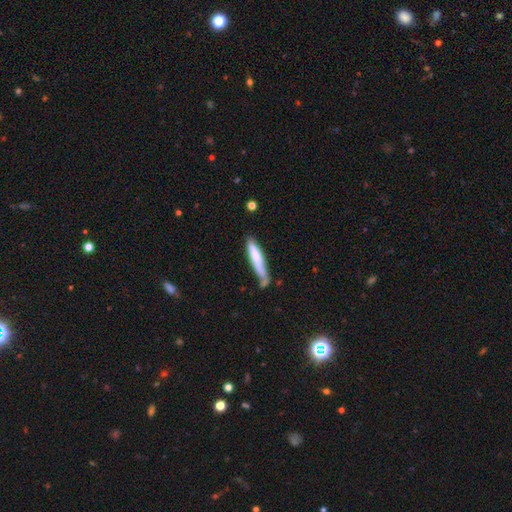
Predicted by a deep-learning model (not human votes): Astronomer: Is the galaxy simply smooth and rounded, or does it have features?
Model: smooth — 67%.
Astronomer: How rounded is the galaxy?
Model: cigar-shaped — 90%.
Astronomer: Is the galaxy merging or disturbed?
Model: none — 59%.